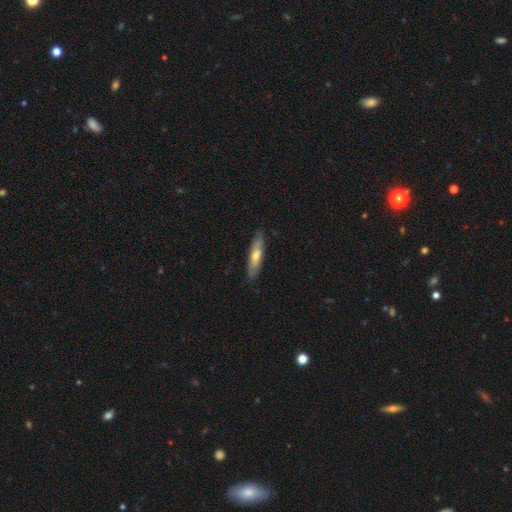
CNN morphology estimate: A smooth galaxy with no disk features (55%) that is cigar-shaped (79%). Merging: none (85%).